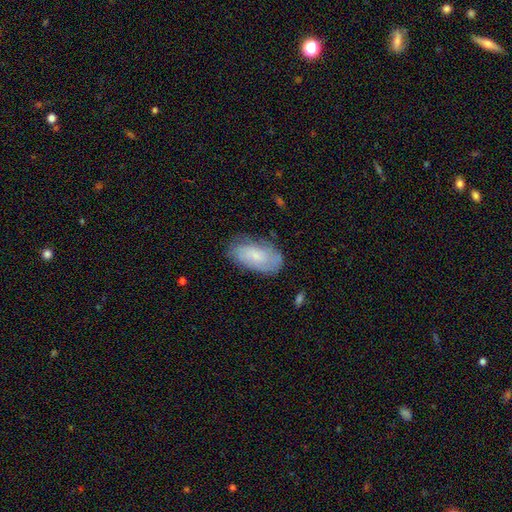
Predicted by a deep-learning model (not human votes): A smooth galaxy with no disk features (48%). Merging: none (72%).